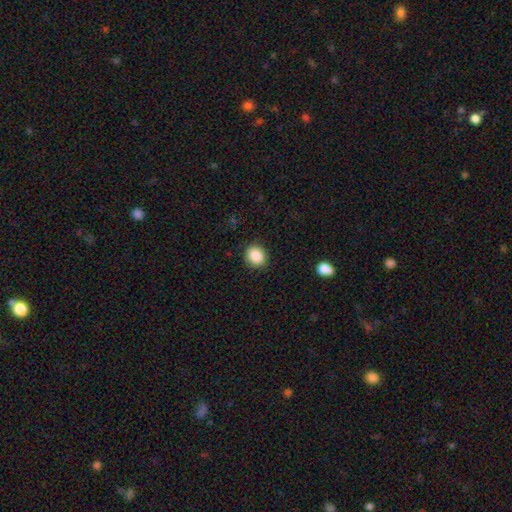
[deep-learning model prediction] Q: Smooth or featured?
A: smooth (87%); runner-up: star or artifact (9%)
Q: How rounded?
A: round (75%); runner-up: in between (24%)
Q: Merging?
A: none (89%); runner-up: minor disturbance (7%)